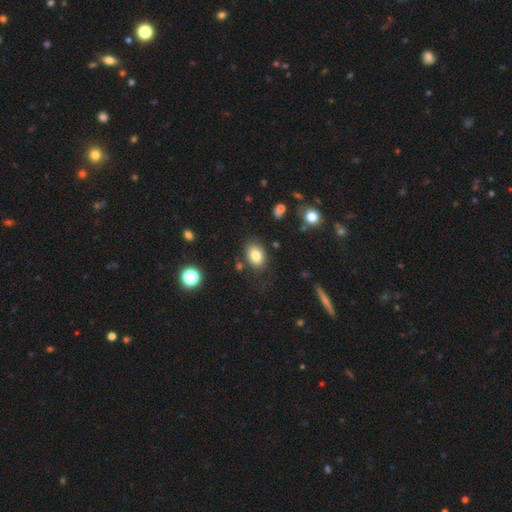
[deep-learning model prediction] Q: Smooth or featured?
A: smooth (81%); runner-up: featured or disk (10%)
Q: How rounded?
A: in between (79%); runner-up: round (20%)
Q: Merging?
A: none (78%); runner-up: minor disturbance (13%)